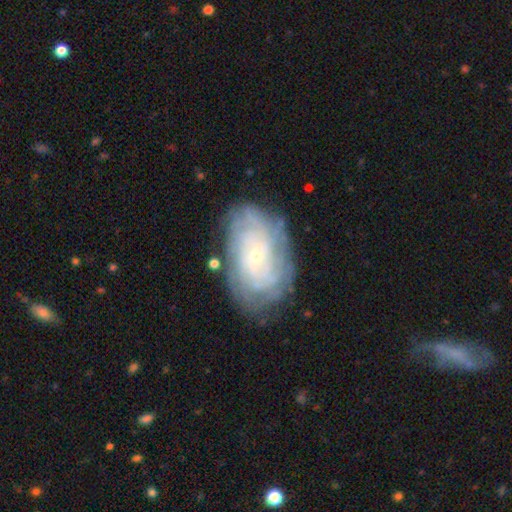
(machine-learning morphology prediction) type=featured or disk (77%); edge-on=no (96%); bar=no (79%); spiral arms=yes (88%); winding=tight (74%); arm count=can't tell (48%); bulge=small (85%); merging=none (74%).